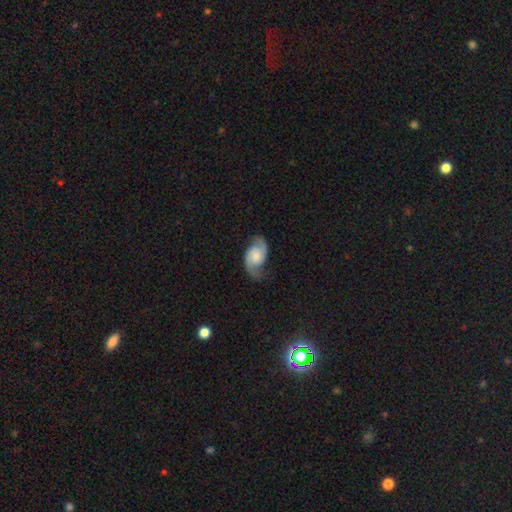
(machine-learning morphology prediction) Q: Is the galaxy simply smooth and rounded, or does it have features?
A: featured or disk — 81%.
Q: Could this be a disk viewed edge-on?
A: no — 97%.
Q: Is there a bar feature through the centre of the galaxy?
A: no — 66%.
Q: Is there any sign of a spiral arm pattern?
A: yes — 96%.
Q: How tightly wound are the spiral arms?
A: medium — 45%.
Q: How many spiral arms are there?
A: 2 — 92%.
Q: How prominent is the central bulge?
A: moderate — 40%.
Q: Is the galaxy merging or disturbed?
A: none — 73%.